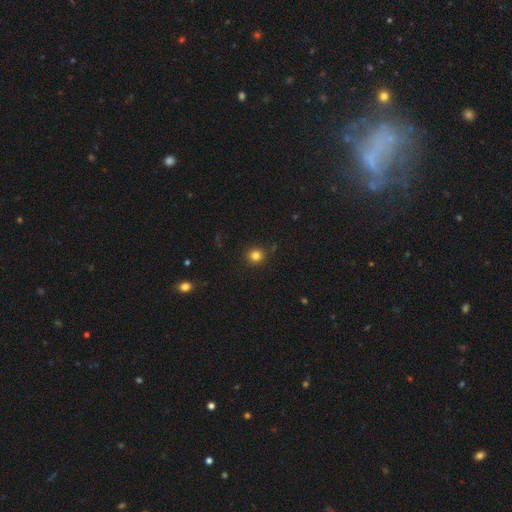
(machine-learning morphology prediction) type=smooth (81%); roundness=round (91%); merging=none (89%).